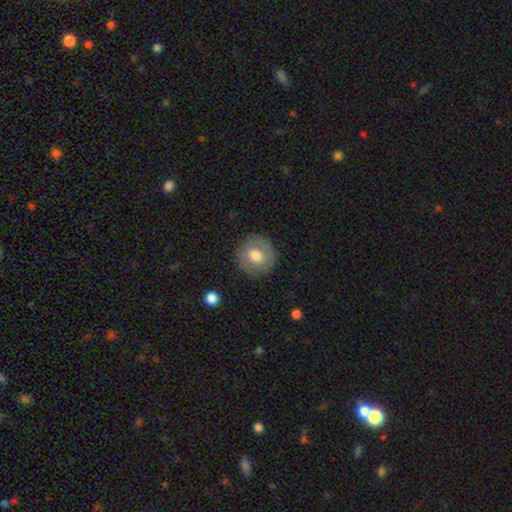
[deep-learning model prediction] smooth_or_featured: smooth (p=0.67) [alt: featured or disk p=0.26]
how_rounded: round (p=0.94) [alt: in between p=0.05]
merging: none (p=0.88) [alt: minor disturbance p=0.08]